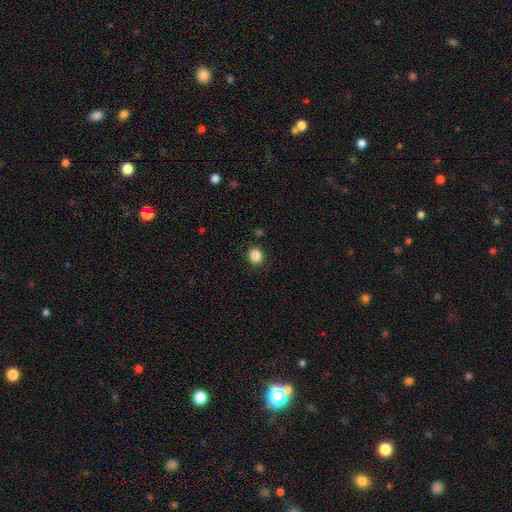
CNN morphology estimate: A smooth galaxy with no disk features (86%) that is round (80%). Merging: none (88%).